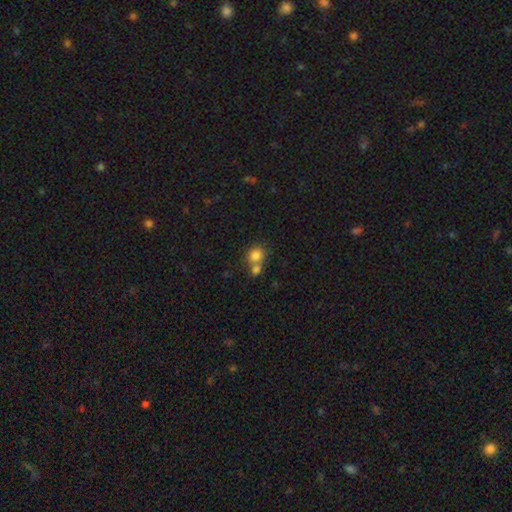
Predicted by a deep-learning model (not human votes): Smooth or featured: smooth — 82% (star or artifact — 11%)
How rounded: round — 77% (in between — 22%)
Merging: none — 46% (merger — 42%)